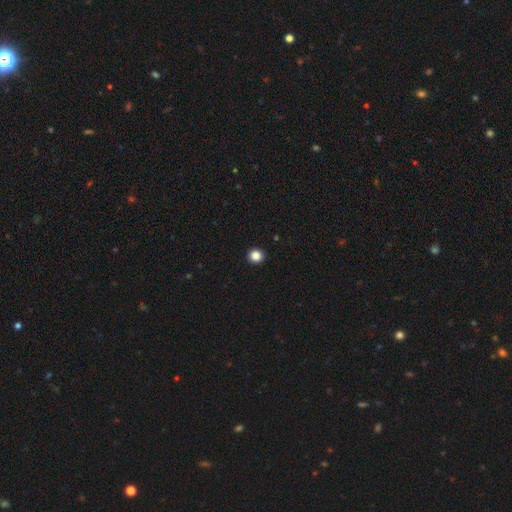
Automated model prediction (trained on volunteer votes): A smooth galaxy with no disk features (86%) that is round (91%). Merging: none (94%).